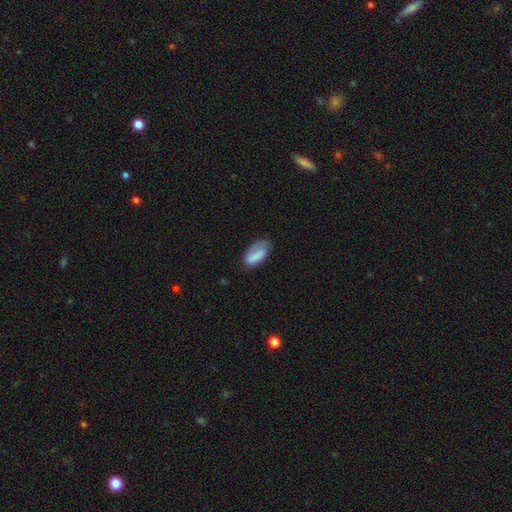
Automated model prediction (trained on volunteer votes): Q: Smooth or featured?
A: smooth (79%); runner-up: featured or disk (14%)
Q: How rounded?
A: in between (90%); runner-up: cigar-shaped (7%)
Q: Merging?
A: none (57%); runner-up: minor disturbance (29%)